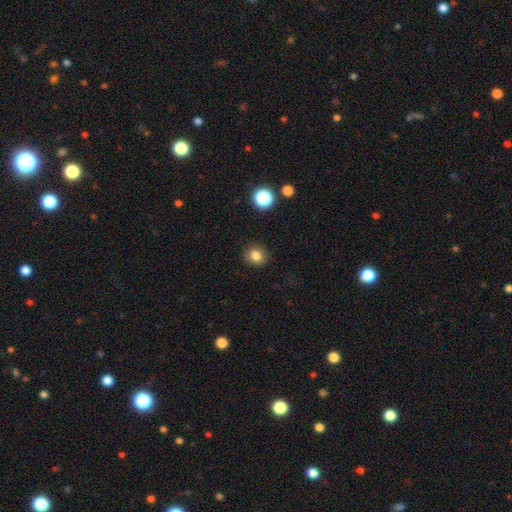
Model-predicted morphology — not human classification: Smooth or featured? smooth (82%)
How rounded? round (80%)
Merging? none (90%)